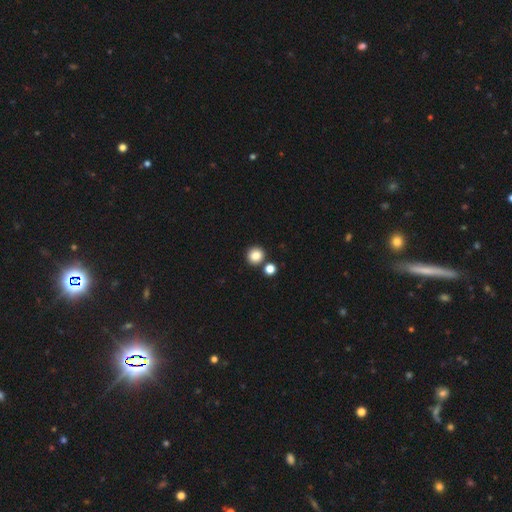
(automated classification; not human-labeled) This is clearly a smooth galaxy (84%). How rounded: clearly round (91%). Merging: clearly none (80%).